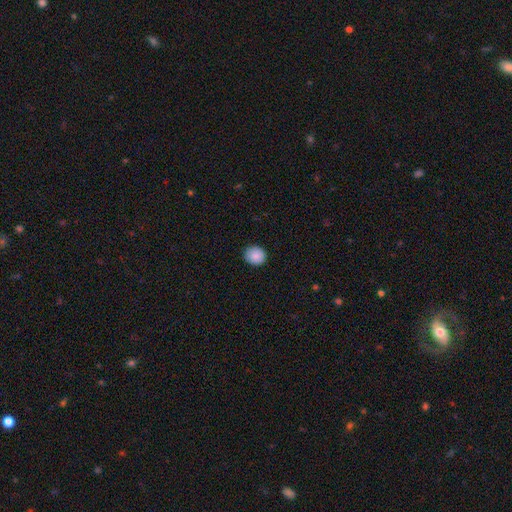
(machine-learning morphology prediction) Smooth or featured? Predicted: smooth (p=0.88). How rounded? Predicted: round (p=0.82). Merging? Predicted: none (p=0.90).